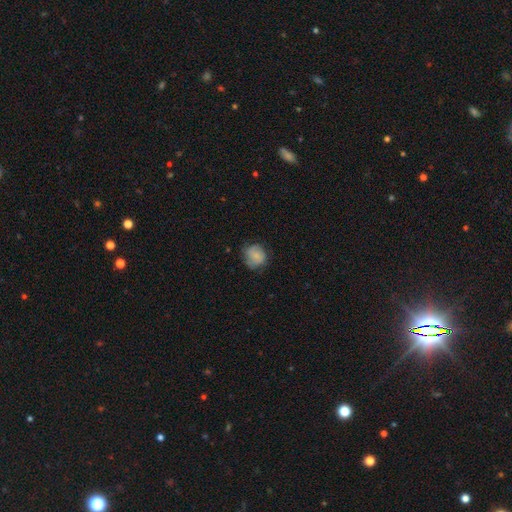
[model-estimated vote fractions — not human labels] smooth 74%, featured or disk 18%, star or artifact 8%. Down the decision tree: how rounded — round (79%); merging — none (67%).